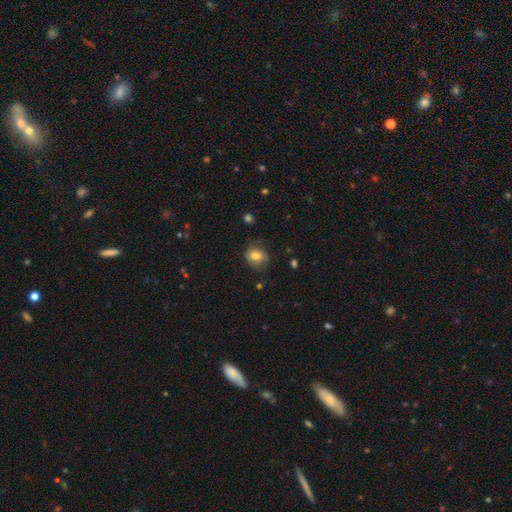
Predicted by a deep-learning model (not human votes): This is likely a smooth galaxy (74%). How rounded: likely round (65%). Merging: likely none (66%).